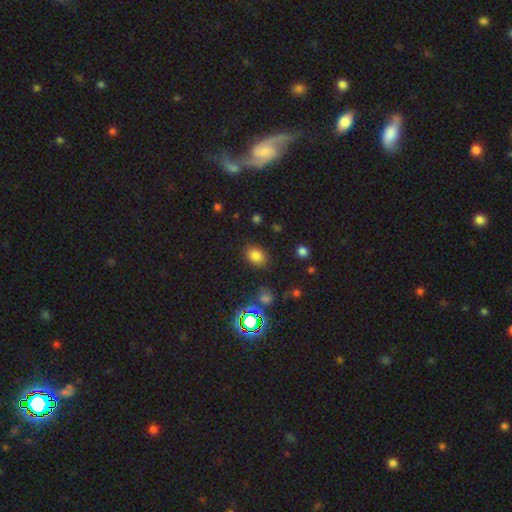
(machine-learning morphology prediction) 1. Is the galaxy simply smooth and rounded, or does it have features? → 75% smooth, 19% star or artifact, 6% featured or disk.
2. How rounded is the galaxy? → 66% in between, 32% round, 1% cigar-shaped.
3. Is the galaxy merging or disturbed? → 83% none, 11% minor disturbance, 4% major disturbance, 2% merger.